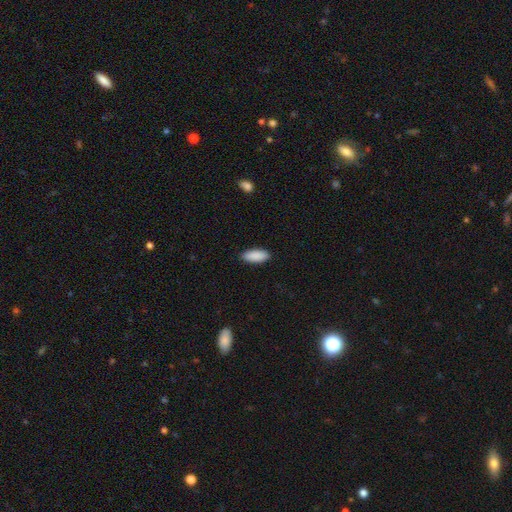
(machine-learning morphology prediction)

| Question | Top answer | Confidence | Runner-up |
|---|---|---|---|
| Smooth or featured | smooth | 91% | star or artifact (6%) |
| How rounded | in between | 84% | cigar-shaped (14%) |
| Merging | none | 90% | minor disturbance (7%) |